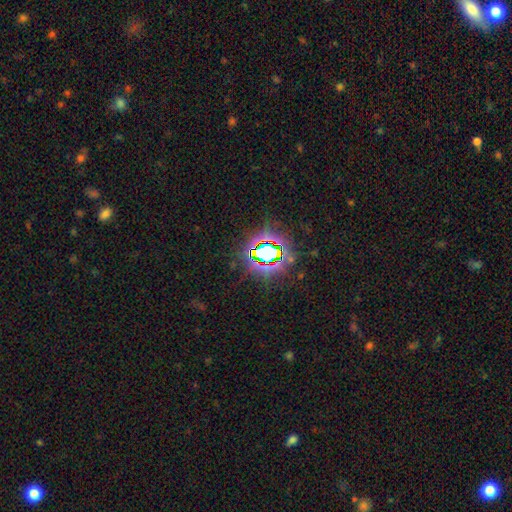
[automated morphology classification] Smooth or featured? star or artifact (81%)